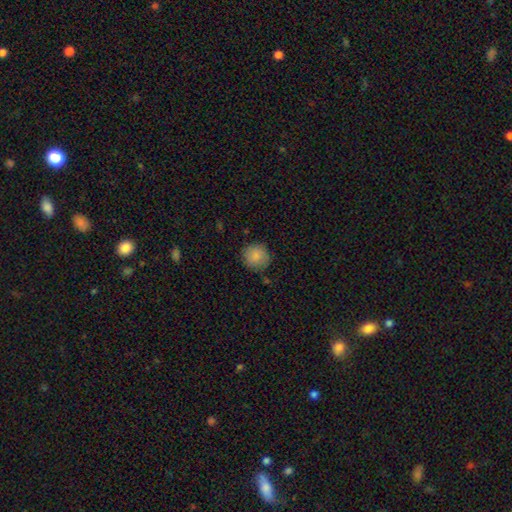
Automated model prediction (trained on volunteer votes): smooth 87%, star or artifact 8%, featured or disk 5%. Down the decision tree: how rounded — round (91%); merging — none (84%).